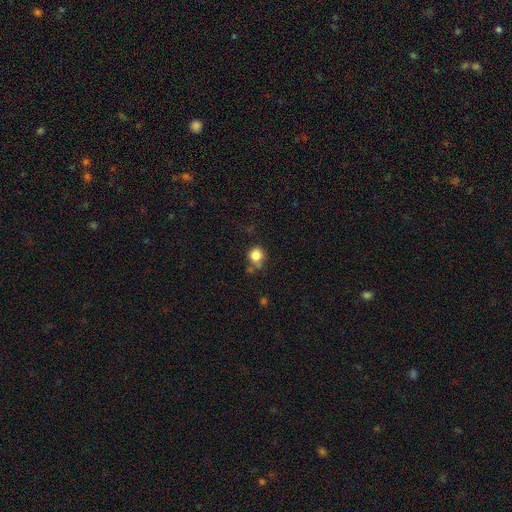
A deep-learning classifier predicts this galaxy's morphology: The model was most divided on "merging": none: 66%, minor disturbance: 16%, merger: 13%, major disturbance: 5%. More confident: how rounded — round (87%); smooth or featured — smooth (83%).